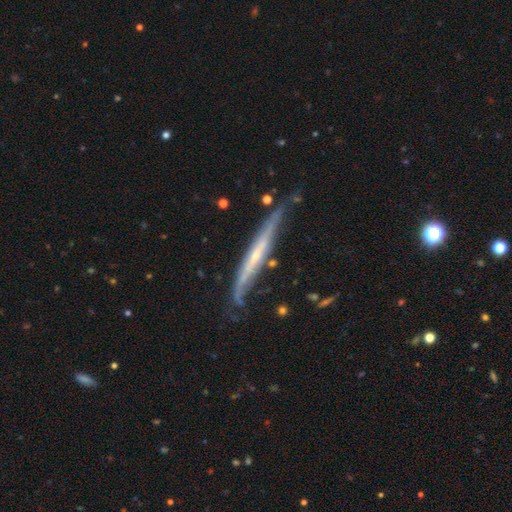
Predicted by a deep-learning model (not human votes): A featured or disk galaxy (75%) viewed edge-on (90%) with no central bulge (55%).

Vote fractions:
- Smooth or featured? featured or disk: 75% / smooth: 20% / star or artifact: 6%
- Edge-on disk? yes: 90% / no: 10%
- Edge-on bulge? none: 55% / rounded: 40% / boxy: 5%
- Merging? none: 66% / minor disturbance: 25% / major disturbance: 6% / merger: 4%